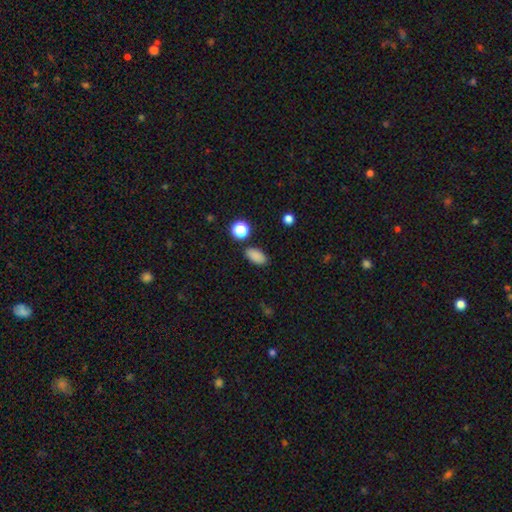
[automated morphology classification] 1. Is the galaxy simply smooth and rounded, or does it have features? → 85% smooth, 11% star or artifact, 4% featured or disk.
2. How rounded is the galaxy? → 89% in between, 7% round, 4% cigar-shaped.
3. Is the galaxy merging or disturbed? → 85% none, 9% minor disturbance, 3% merger, 3% major disturbance.